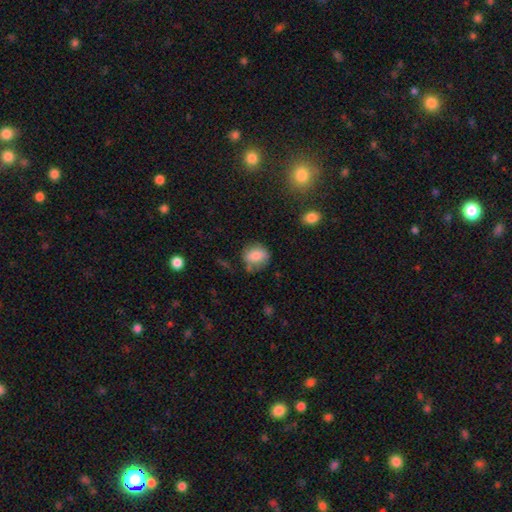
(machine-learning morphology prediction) This is clearly a smooth galaxy (81%). How rounded: possibly round (59%). Merging: likely none (68%).